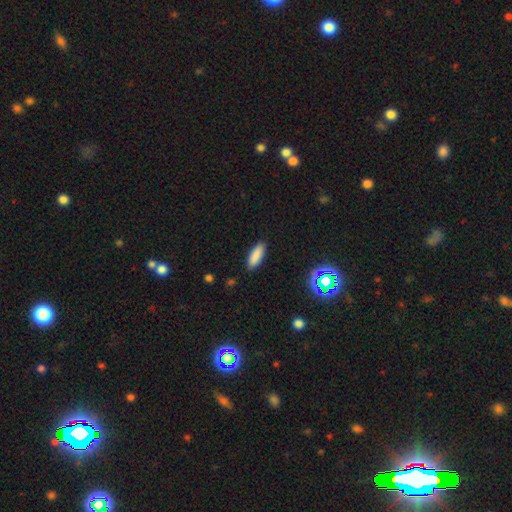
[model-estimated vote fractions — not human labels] A smooth galaxy with no disk features (87%) that is in between round and cigar-shaped (61%).

Vote fractions:
- Smooth or featured? smooth: 87% / star or artifact: 8% / featured or disk: 5%
- How rounded? in between: 61% / cigar-shaped: 37% / round: 2%
- Merging? none: 89% / minor disturbance: 8% / major disturbance: 2% / merger: 1%